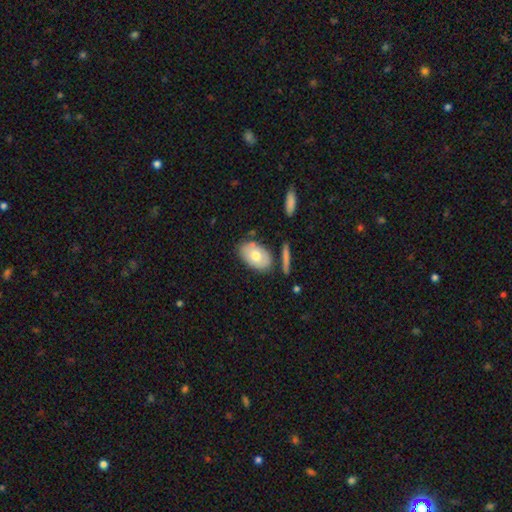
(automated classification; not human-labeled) Overall: smooth (68%). How rounded: in between (90%). Merging: none (71%).